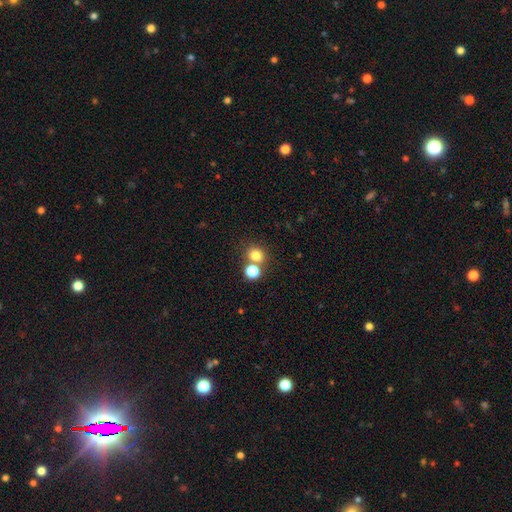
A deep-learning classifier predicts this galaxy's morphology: Smooth or featured? smooth (77%)
How rounded? round (80%)
Merging? none (62%)